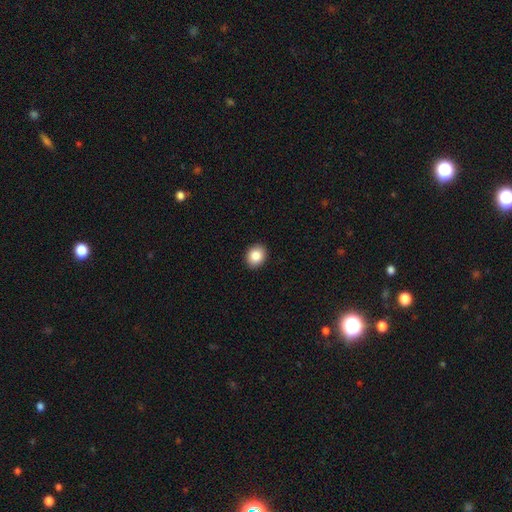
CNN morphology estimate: smooth 86%, star or artifact 8%, featured or disk 5%. Down the decision tree: how rounded — round (54%); merging — none (92%).